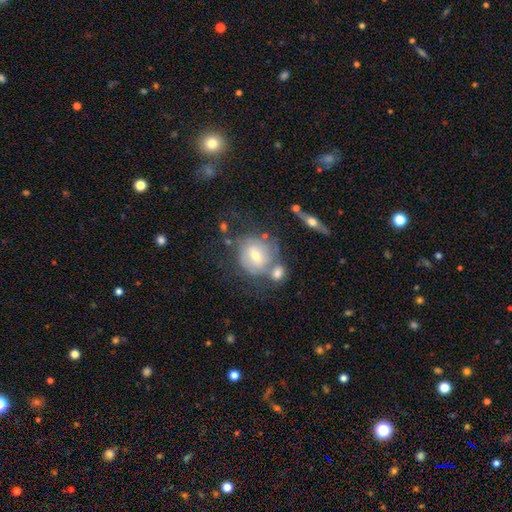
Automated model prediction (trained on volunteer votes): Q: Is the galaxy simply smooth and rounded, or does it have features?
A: featured or disk — 48%.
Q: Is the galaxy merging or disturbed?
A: none — 53%.